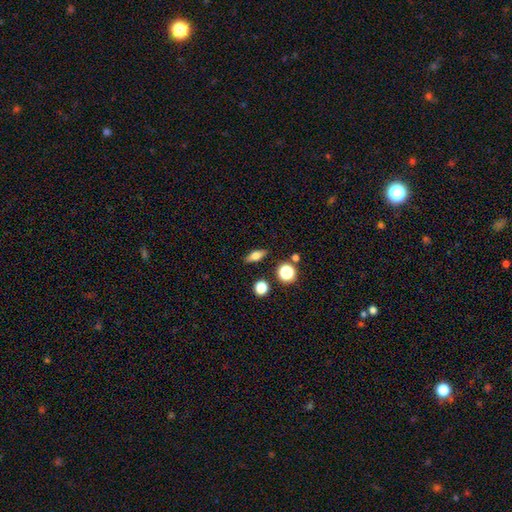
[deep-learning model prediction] Smooth or featured? smooth (65%)
How rounded? in between (65%)
Merging? none (86%)